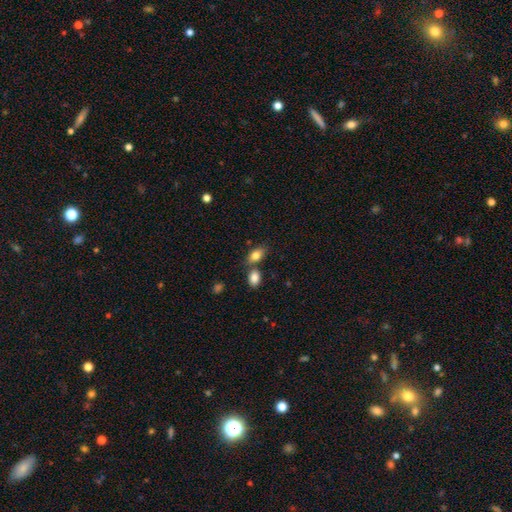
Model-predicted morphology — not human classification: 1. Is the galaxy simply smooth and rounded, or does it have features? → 82% smooth, 10% featured or disk, 8% star or artifact.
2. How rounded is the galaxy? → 87% in between, 9% round, 4% cigar-shaped.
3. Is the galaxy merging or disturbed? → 56% none, 29% merger, 12% minor disturbance, 3% major disturbance.